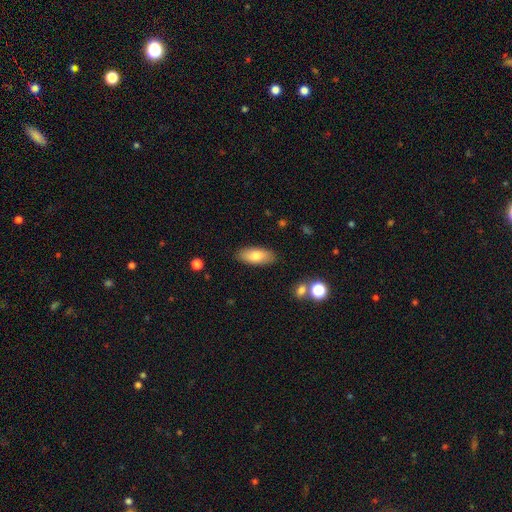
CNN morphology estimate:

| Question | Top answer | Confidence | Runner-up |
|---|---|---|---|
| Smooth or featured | smooth | 78% | featured or disk (15%) |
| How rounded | in between | 83% | cigar-shaped (14%) |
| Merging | none | 87% | minor disturbance (9%) |